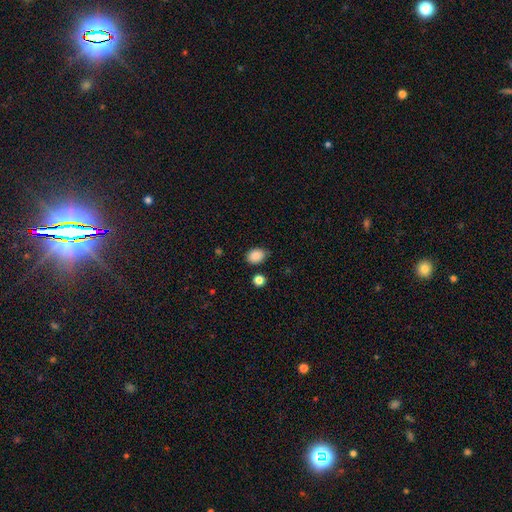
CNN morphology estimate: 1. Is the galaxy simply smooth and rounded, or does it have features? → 87% smooth, 9% star or artifact, 4% featured or disk.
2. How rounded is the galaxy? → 64% in between, 35% round, 1% cigar-shaped.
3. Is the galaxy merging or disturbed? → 78% none, 15% minor disturbance, 4% merger, 3% major disturbance.